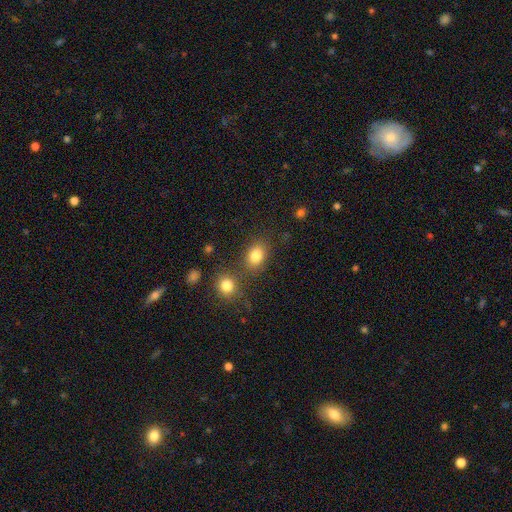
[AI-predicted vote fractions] Smooth or featured: smooth — 83% (star or artifact — 10%)
How rounded: in between — 67% (round — 32%)
Merging: none — 70% (merger — 14%)